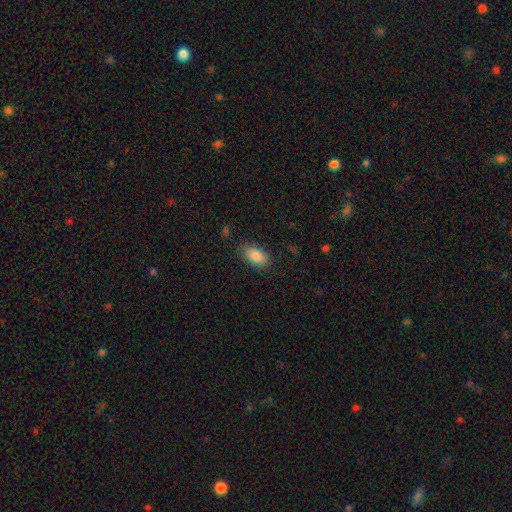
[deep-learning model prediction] smooth 86%, star or artifact 8%, featured or disk 6%. Down the decision tree: how rounded — in between (91%); merging — none (84%).